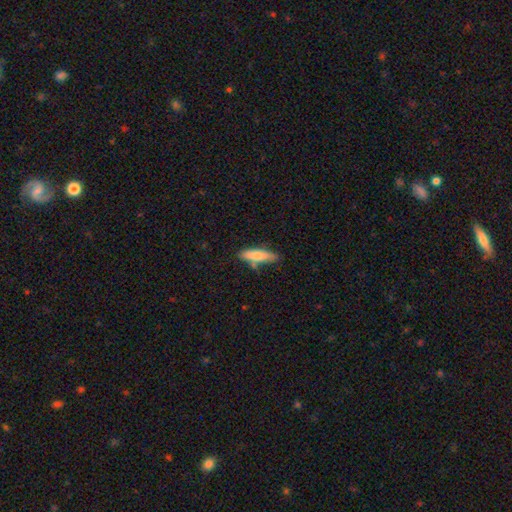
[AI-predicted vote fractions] A smooth galaxy with no disk features (74%) that is cigar-shaped (69%).

Vote fractions:
- Smooth or featured? smooth: 74% / featured or disk: 20% / star or artifact: 6%
- How rounded? cigar-shaped: 69% / in between: 29% / round: 2%
- Merging? none: 74% / minor disturbance: 16% / merger: 7% / major disturbance: 3%